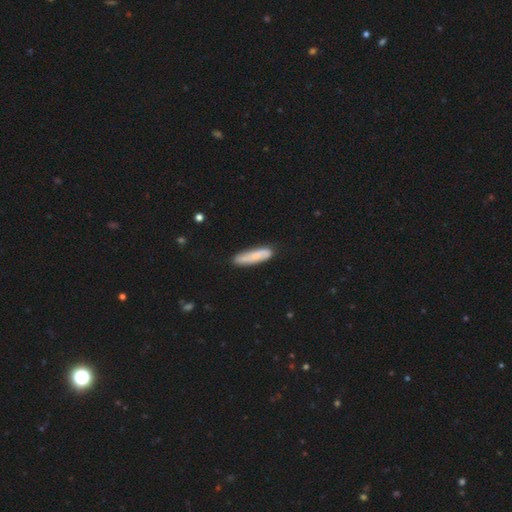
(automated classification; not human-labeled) Smooth or featured? Predicted: smooth (p=0.71). How rounded? Predicted: cigar-shaped (p=0.78). Merging? Predicted: none (p=0.83).